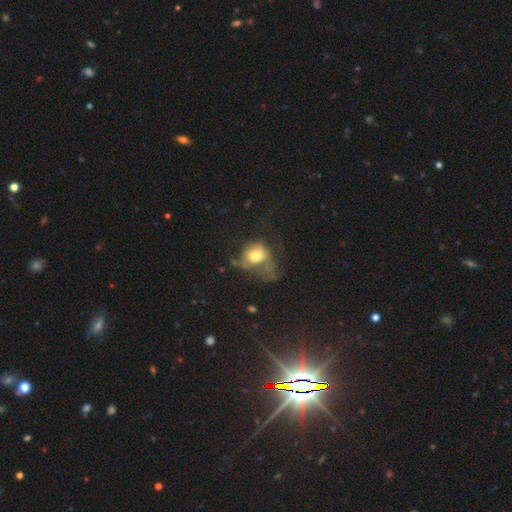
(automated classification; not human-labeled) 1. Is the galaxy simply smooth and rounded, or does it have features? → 64% smooth, 26% featured or disk, 10% star or artifact.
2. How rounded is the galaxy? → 55% round, 44% in between, 1% cigar-shaped.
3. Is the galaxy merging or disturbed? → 46% major disturbance, 24% none, 23% minor disturbance, 7% merger.